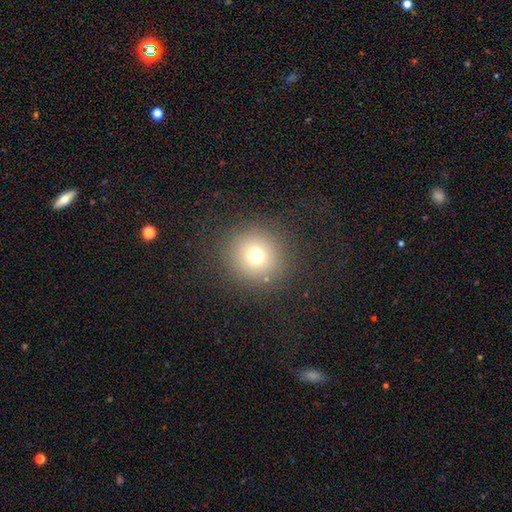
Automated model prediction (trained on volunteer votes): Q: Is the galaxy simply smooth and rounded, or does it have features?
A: smooth — 70%.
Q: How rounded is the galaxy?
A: round — 93%.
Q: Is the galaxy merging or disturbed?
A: none — 87%.